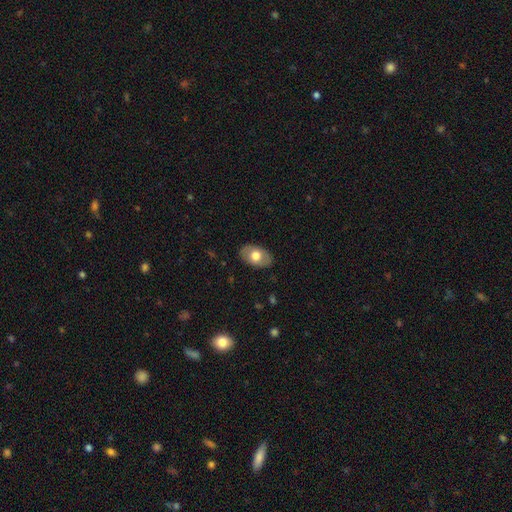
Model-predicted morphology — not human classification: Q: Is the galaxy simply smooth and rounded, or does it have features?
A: smooth — 66%.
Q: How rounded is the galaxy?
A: in between — 89%.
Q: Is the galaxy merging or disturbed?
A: none — 85%.